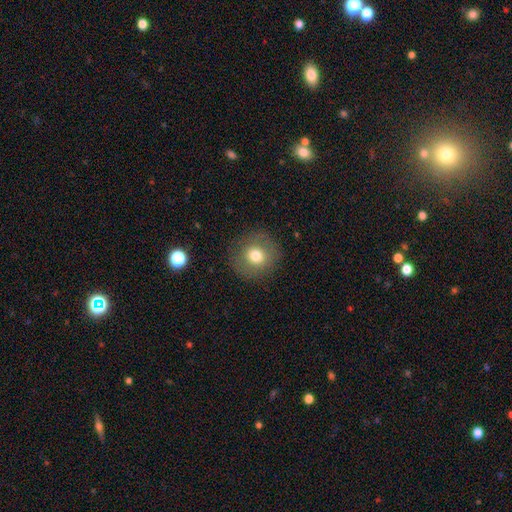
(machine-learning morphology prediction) Smooth or featured? smooth (73%)
How rounded? round (91%)
Merging? none (87%)